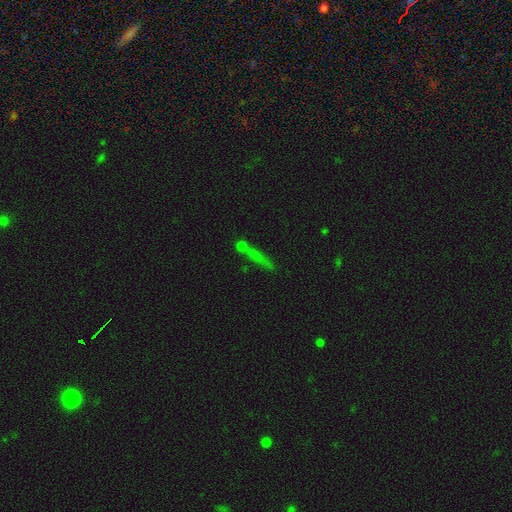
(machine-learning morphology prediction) Smooth or featured?
  - smooth: 52% *
  - star or artifact: 25%
  - featured or disk: 23%
How rounded?
  - cigar-shaped: 73% *
  - in between: 17%
  - round: 10%
Merging?
  - none: 60% *
  - merger: 19%
  - minor disturbance: 14%
  - major disturbance: 8%